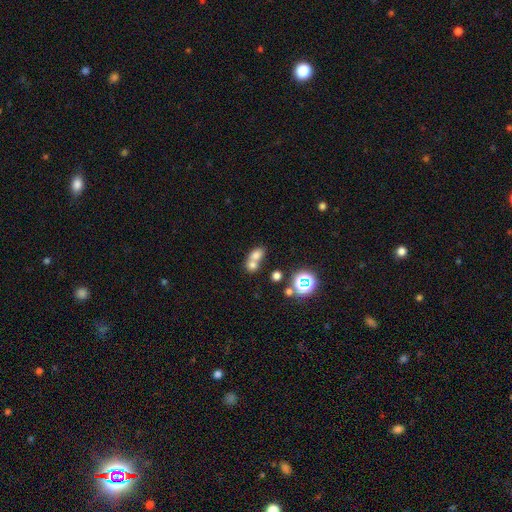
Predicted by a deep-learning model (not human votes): Smooth or featured? Predicted: smooth (p=0.70). How rounded? Predicted: in between (p=0.57). Merging? Predicted: merger (p=0.61).